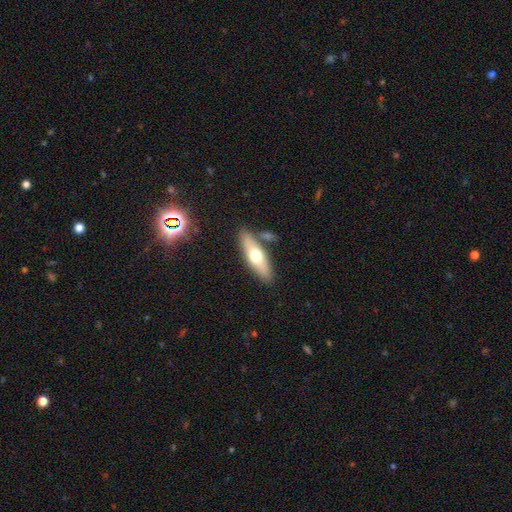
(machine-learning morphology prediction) Smooth or featured? smooth (54%)
How rounded? cigar-shaped (54%)
Merging? none (79%)